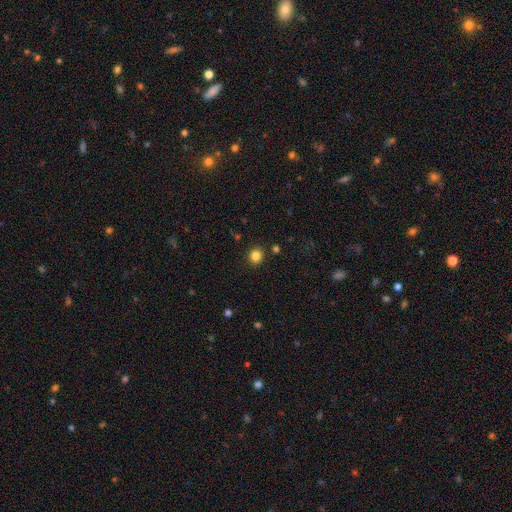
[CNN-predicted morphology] Smooth or featured? Predicted: smooth (p=0.83). How rounded? Predicted: round (p=0.86). Merging? Predicted: none (p=0.90).